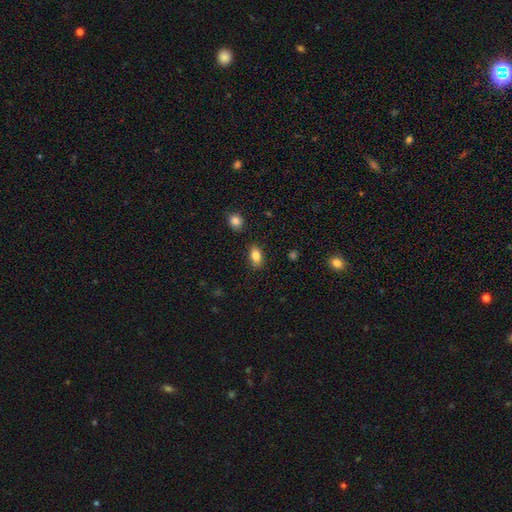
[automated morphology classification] Q: Smooth or featured?
A: smooth (83%); runner-up: star or artifact (9%)
Q: How rounded?
A: in between (87%); runner-up: round (9%)
Q: Merging?
A: none (85%); runner-up: minor disturbance (11%)